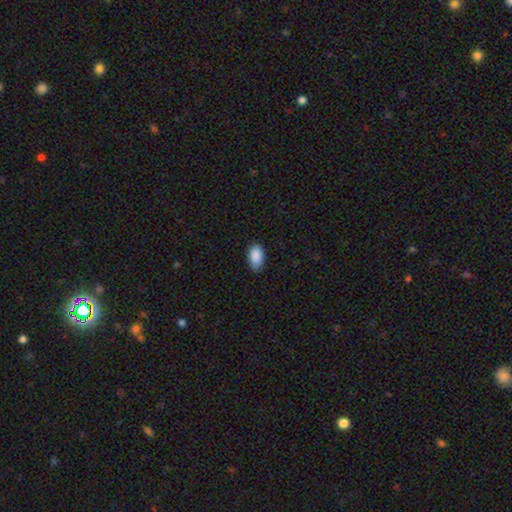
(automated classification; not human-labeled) Morphology: type=smooth (89%); roundness=in between (94%); merging=none (77%).